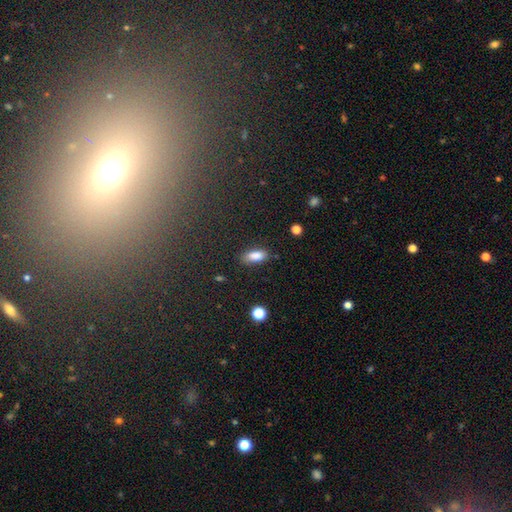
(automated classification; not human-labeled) smooth_or_featured: smooth (p=0.86) [alt: star or artifact p=0.08]
how_rounded: in between (p=0.84) [alt: cigar-shaped p=0.13]
merging: none (p=0.79) [alt: minor disturbance p=0.15]